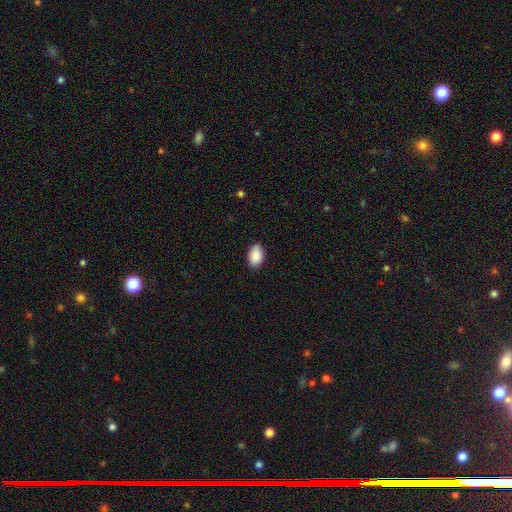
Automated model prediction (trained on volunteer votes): A smooth galaxy with no disk features (90%) that is in between round and cigar-shaped (91%).

Vote fractions:
- Smooth or featured? smooth: 90% / star or artifact: 7% / featured or disk: 3%
- How rounded? in between: 91% / round: 8% / cigar-shaped: 1%
- Merging? none: 87% / minor disturbance: 10% / major disturbance: 2% / merger: 1%